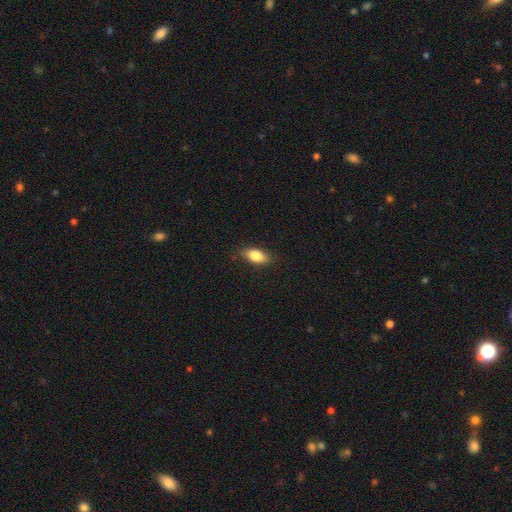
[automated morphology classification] The model was most divided on "merging": none: 84%, minor disturbance: 12%, major disturbance: 3%, merger: 1%. More confident: how rounded — in between (84%); smooth or featured — smooth (82%).